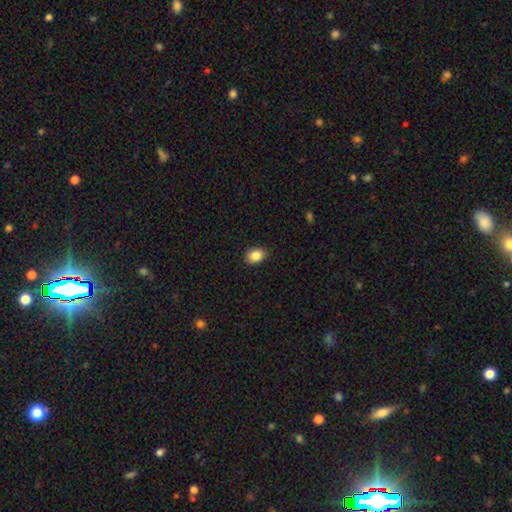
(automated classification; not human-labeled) smooth 86%, star or artifact 9%, featured or disk 5%. Down the decision tree: how rounded — in between (71%); merging — none (90%).